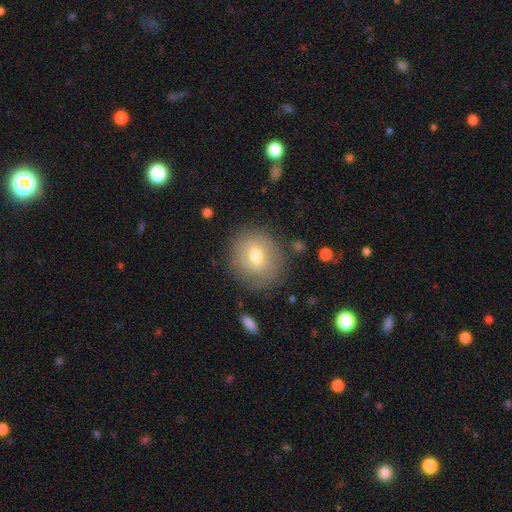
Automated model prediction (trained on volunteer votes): smooth-or-featured: smooth: 59% | featured or disk: 31% | star or artifact: 10%
  how-rounded: round: 81% | in between: 18% | cigar-shaped: 1%
  merging: none: 79% | minor disturbance: 14% | major disturbance: 5% | merger: 2%